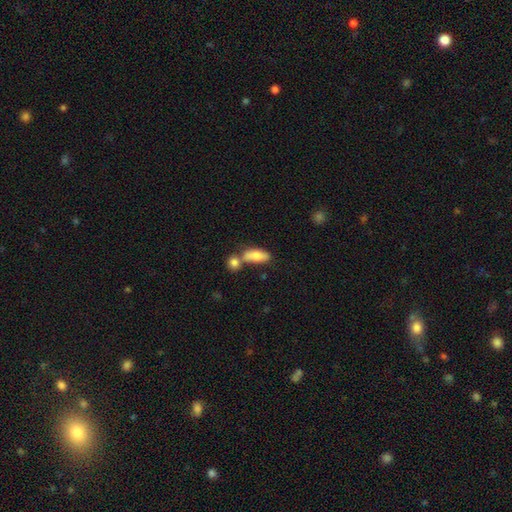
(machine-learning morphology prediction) Smooth or featured? smooth (76%)
How rounded? in between (77%)
Merging? none (46%)